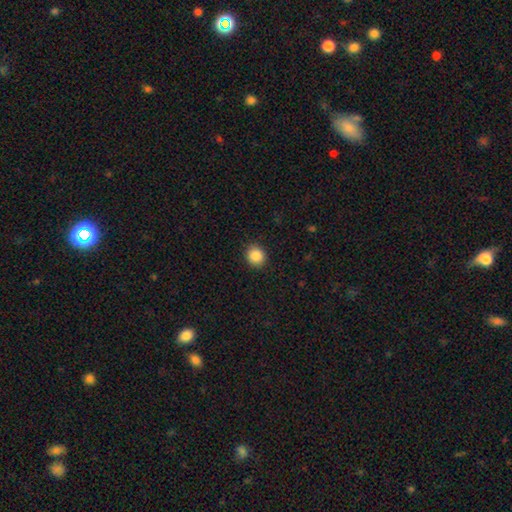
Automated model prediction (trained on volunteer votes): A smooth galaxy with no disk features (88%) that is round (86%).

Vote fractions:
- Smooth or featured? smooth: 88% / star or artifact: 9% / featured or disk: 3%
- How rounded? round: 86% / in between: 13% / cigar-shaped: 1%
- Merging? none: 91% / minor disturbance: 6% / major disturbance: 2% / merger: 1%